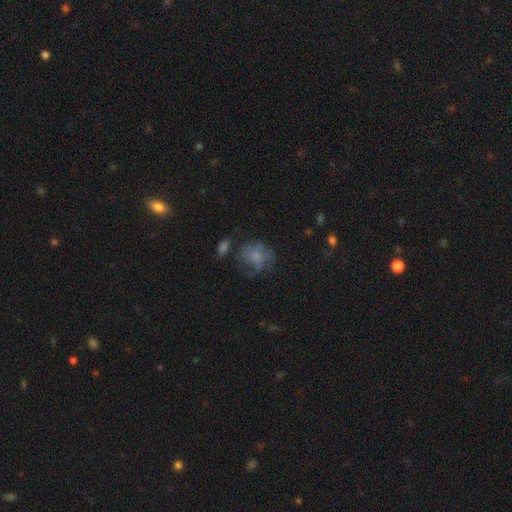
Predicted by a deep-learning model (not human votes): A smooth galaxy with no disk features (54%) that is round (62%).

Vote fractions:
- Smooth or featured? smooth: 54% / featured or disk: 33% / star or artifact: 13%
- How rounded? round: 62% / in between: 37% / cigar-shaped: 1%
- Merging? none: 45% / major disturbance: 26% / minor disturbance: 25% / merger: 5%